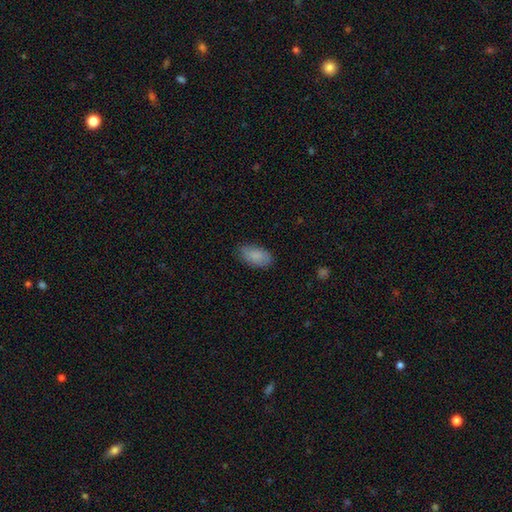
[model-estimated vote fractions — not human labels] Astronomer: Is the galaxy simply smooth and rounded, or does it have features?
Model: smooth — 87%.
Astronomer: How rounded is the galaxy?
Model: in between — 94%.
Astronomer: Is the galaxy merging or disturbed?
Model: none — 81%.